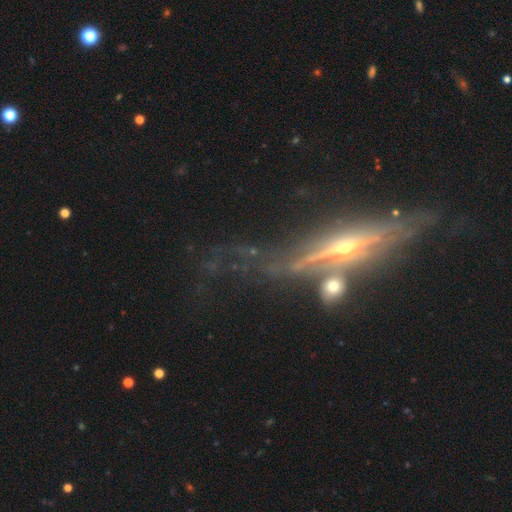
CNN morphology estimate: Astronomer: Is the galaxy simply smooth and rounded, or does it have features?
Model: featured or disk — 79%.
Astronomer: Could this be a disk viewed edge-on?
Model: yes — 84%.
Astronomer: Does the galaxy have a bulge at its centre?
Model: rounded — 79%.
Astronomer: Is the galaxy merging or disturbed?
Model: none — 49%.